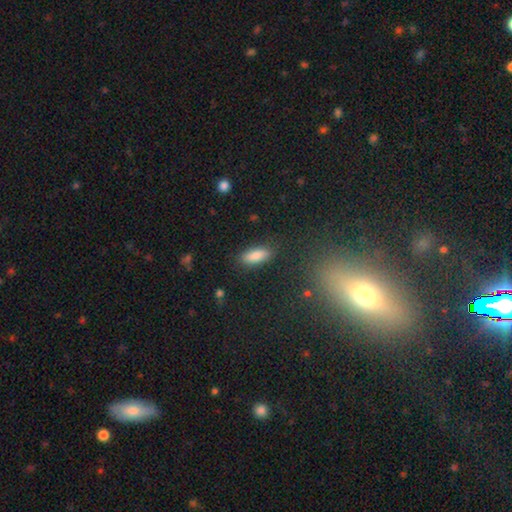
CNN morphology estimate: This is clearly a smooth galaxy (86%). How rounded: likely in between (75%). Merging: clearly none (85%).